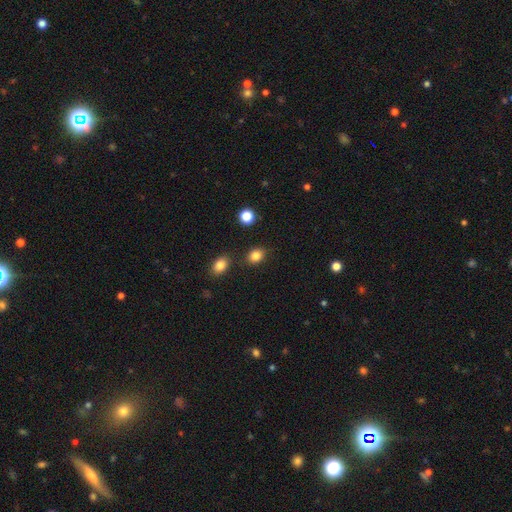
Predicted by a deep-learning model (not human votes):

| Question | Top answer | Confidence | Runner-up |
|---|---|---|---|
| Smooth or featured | smooth | 85% | star or artifact (11%) |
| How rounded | in between | 52% | round (47%) |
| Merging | none | 82% | minor disturbance (10%) |